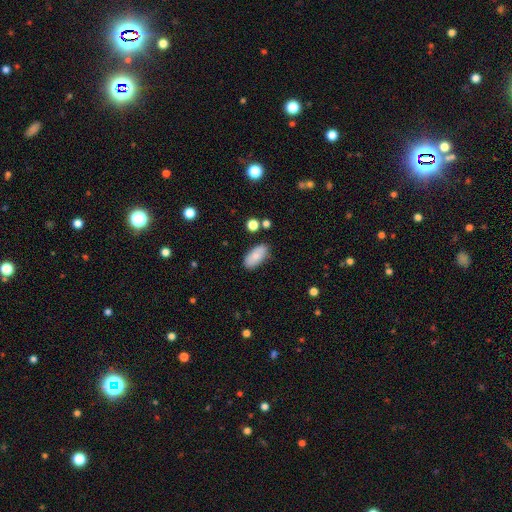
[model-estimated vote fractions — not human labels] A smooth galaxy with no disk features (81%) that is in between round and cigar-shaped (91%).

Vote fractions:
- Smooth or featured? smooth: 81% / featured or disk: 12% / star or artifact: 7%
- How rounded? in between: 91% / cigar-shaped: 6% / round: 3%
- Merging? none: 79% / minor disturbance: 15% / major disturbance: 3% / merger: 3%